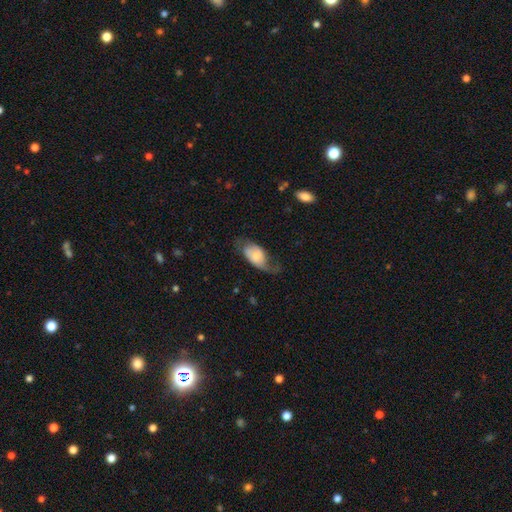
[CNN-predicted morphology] Q: Smooth or featured?
A: smooth (54%); runner-up: featured or disk (39%)
Q: How rounded?
A: in between (91%); runner-up: round (7%)
Q: Merging?
A: none (38%); runner-up: major disturbance (30%)